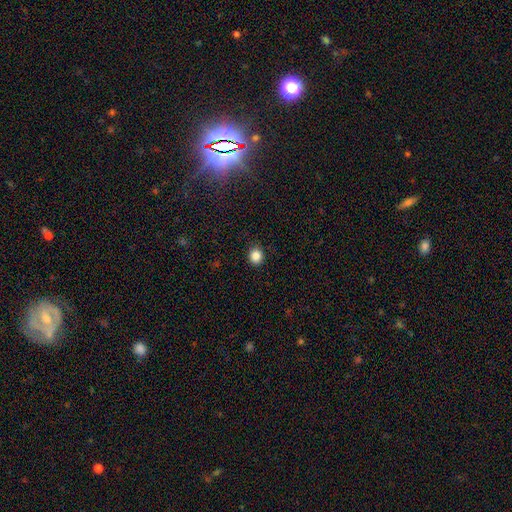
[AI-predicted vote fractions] This appears to be a smooth galaxy with no disk features (85%) that is round (73%). Merging: none (89%).